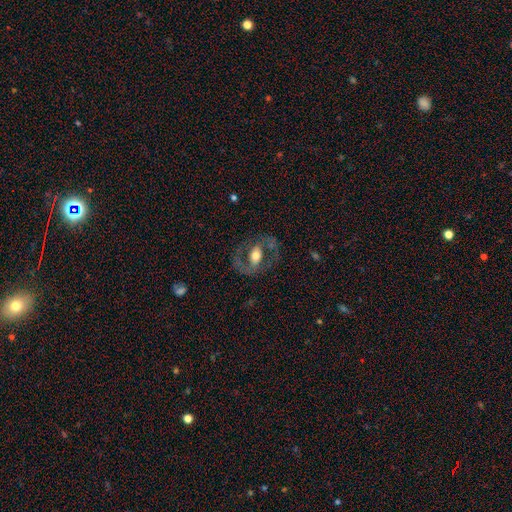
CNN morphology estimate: smooth-or-featured: featured or disk: 64% | smooth: 29% | star or artifact: 7%
  disk-edge-on: no: 93% | yes: 7%
    bar: no: 47% | weak: 29% | strong: 23%
    has-spiral-arms: no: 52% | yes: 48%
    bulge-size: moderate: 62% | large: 24% | small: 10% | dominant: 2% | none: 1%
  merging: none: 70% | major disturbance: 14% | minor disturbance: 14% | merger: 2%